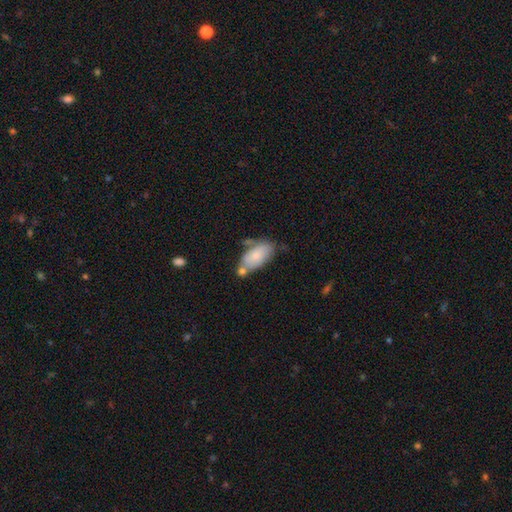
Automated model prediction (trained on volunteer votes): This is likely a smooth galaxy (74%). How rounded: clearly in between (92%). Merging: possibly none (46%).